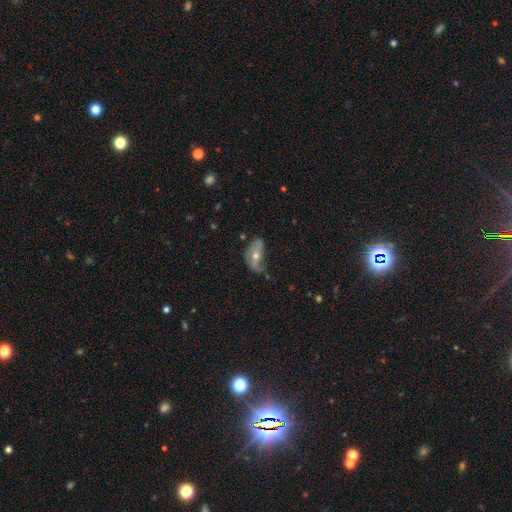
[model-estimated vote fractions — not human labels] Smooth or featured?
  - featured or disk: 55% *
  - smooth: 35%
  - star or artifact: 10%
Edge-on disk?
  - no: 89% *
  - yes: 11%
Merging?
  - none: 38% *
  - minor disturbance: 37%
  - major disturbance: 22%
  - merger: 3%